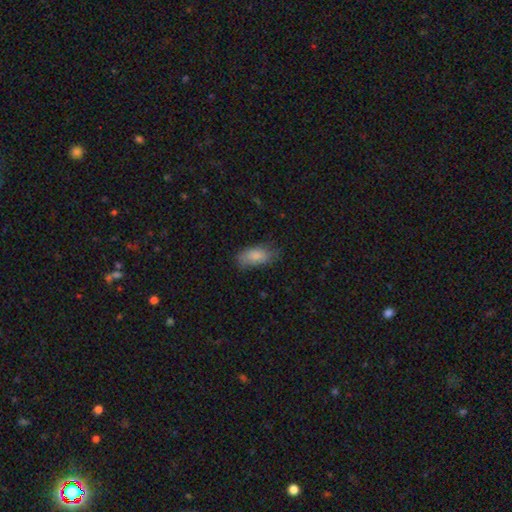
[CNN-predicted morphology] This is clearly a smooth galaxy (83%). How rounded: clearly in between (91%). Merging: likely none (65%).